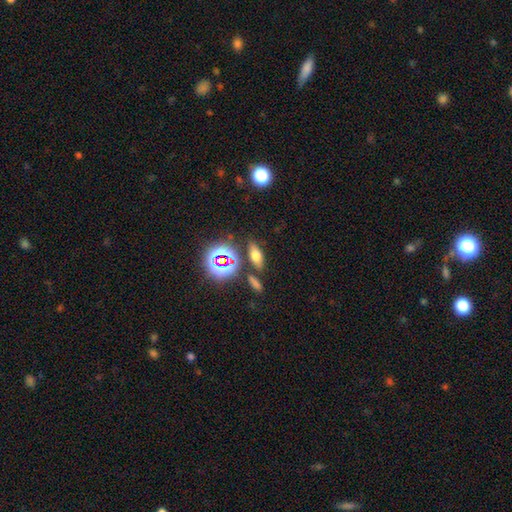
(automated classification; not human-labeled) Smooth or featured: smooth — 59% (star or artifact — 24%)
How rounded: in between — 67% (cigar-shaped — 21%)
Merging: none — 79% (minor disturbance — 9%)